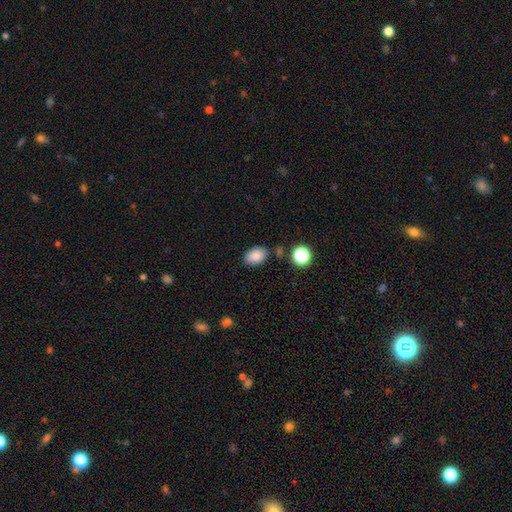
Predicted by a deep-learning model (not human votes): A smooth galaxy with no disk features (86%) that is in between round and cigar-shaped (85%).

Vote fractions:
- Smooth or featured? smooth: 86% / star or artifact: 9% / featured or disk: 5%
- How rounded? in between: 85% / round: 14% / cigar-shaped: 1%
- Merging? none: 80% / minor disturbance: 13% / merger: 4% / major disturbance: 3%